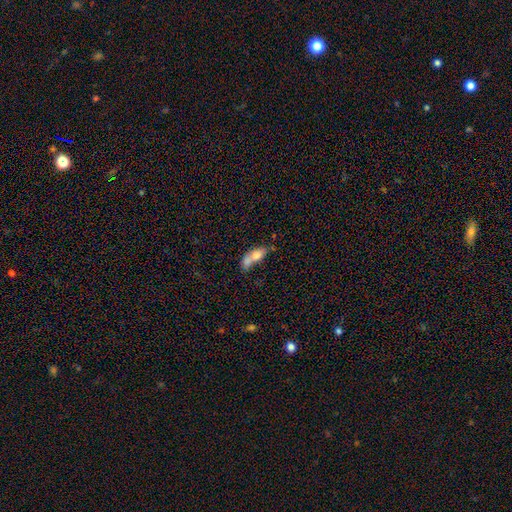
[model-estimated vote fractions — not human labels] A smooth galaxy with no disk features (62%) that is in between round and cigar-shaped (70%).

Vote fractions:
- Smooth or featured? smooth: 62% / featured or disk: 27% / star or artifact: 11%
- How rounded? in between: 70% / cigar-shaped: 17% / round: 13%
- Merging? merger: 55% / none: 22% / minor disturbance: 12% / major disturbance: 10%